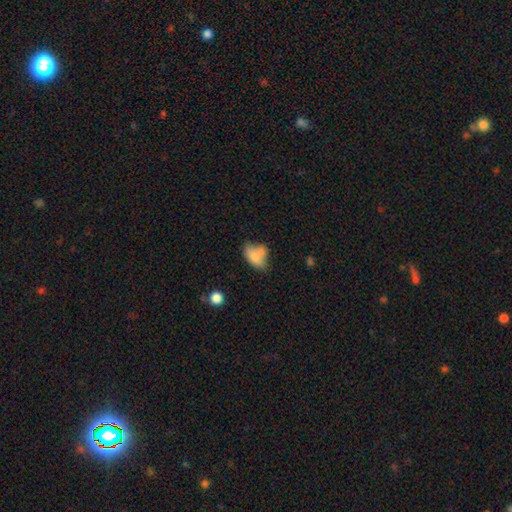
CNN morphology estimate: Smooth or featured? Predicted: smooth (p=0.74). How rounded? Predicted: in between (p=0.86). Merging? Predicted: none (p=0.36).